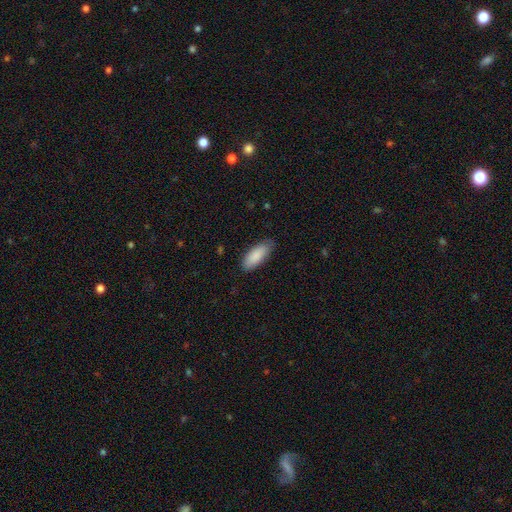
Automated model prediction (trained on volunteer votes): Q: Smooth or featured?
A: smooth (89%); runner-up: featured or disk (5%)
Q: How rounded?
A: in between (80%); runner-up: cigar-shaped (18%)
Q: Merging?
A: none (82%); runner-up: minor disturbance (14%)